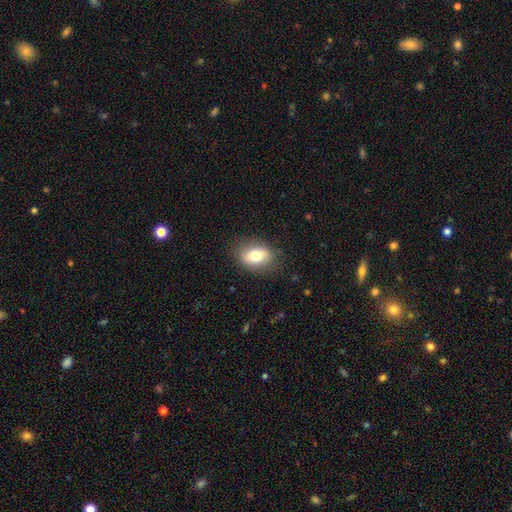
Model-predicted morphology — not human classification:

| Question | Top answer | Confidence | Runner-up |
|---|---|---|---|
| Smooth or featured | smooth | 72% | featured or disk (20%) |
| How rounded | in between | 76% | round (22%) |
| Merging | none | 83% | minor disturbance (12%) |